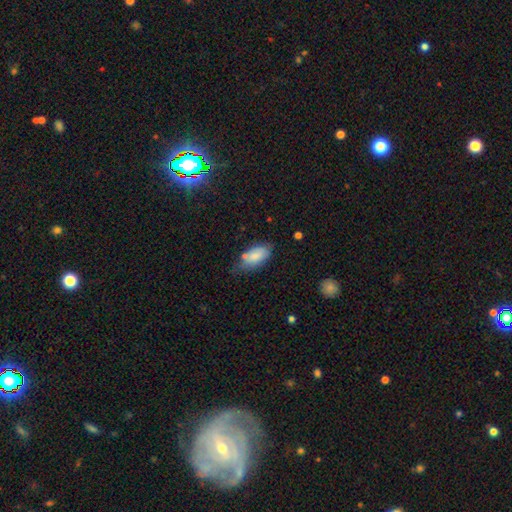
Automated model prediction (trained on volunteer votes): Smooth or featured: smooth — 80% (featured or disk — 13%)
How rounded: in between — 92% (cigar-shaped — 5%)
Merging: none — 56% (minor disturbance — 31%)